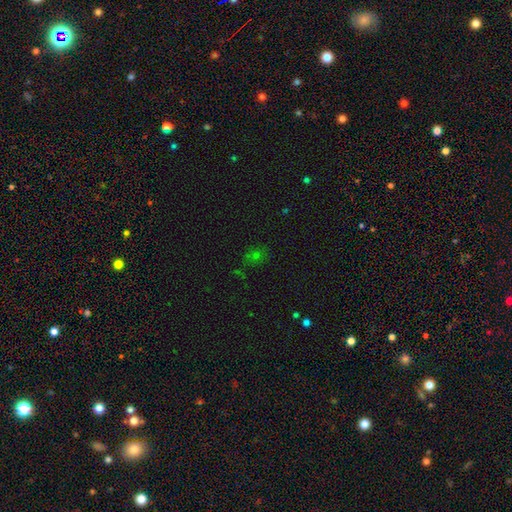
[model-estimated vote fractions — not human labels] smooth-or-featured: star or artifact: 47% | smooth: 40% | featured or disk: 13%